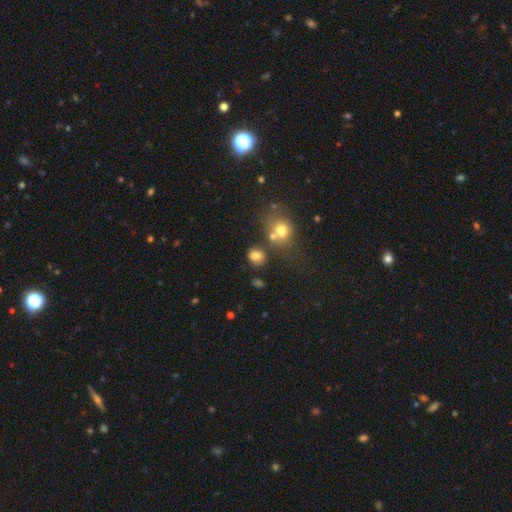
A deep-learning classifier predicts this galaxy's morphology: The model was most divided on "how rounded": round: 63%, in between: 36%, cigar-shaped: 1%. More confident: smooth or featured — smooth (77%); merging — none (70%).